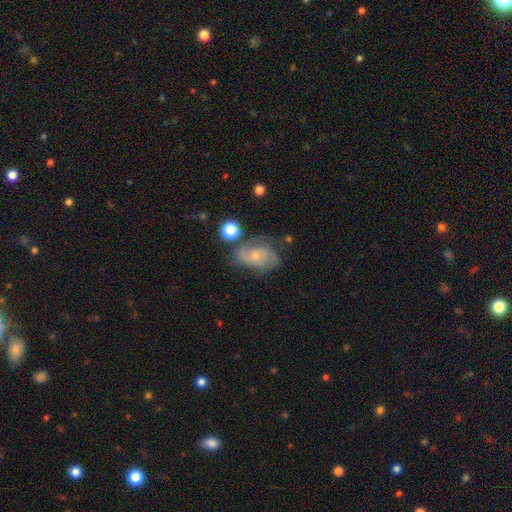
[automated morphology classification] This appears to be a featured or disk galaxy (75%) with no bar (69%), 2 (62%) medium (46%) spiral arms (93%) and a small central bulge (66%). Merging: none (55%).